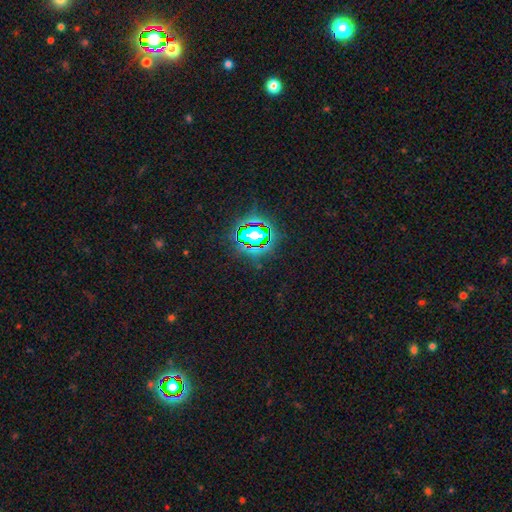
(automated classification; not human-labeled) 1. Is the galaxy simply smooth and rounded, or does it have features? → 80% star or artifact, 13% smooth, 7% featured or disk.